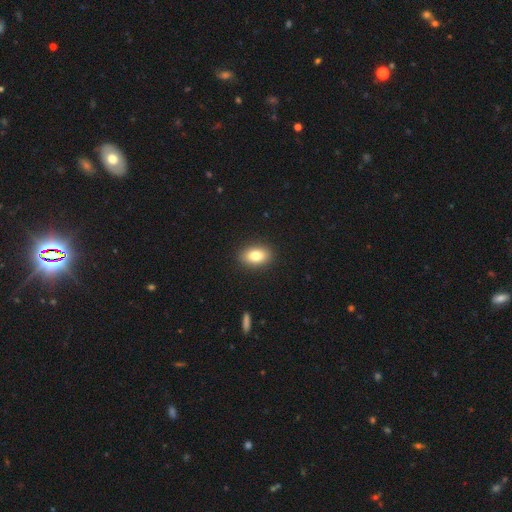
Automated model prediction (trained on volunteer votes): The model was most divided on "smooth or featured": smooth: 82%, featured or disk: 10%, star or artifact: 8%. More confident: merging — none (90%); how rounded — in between (86%).